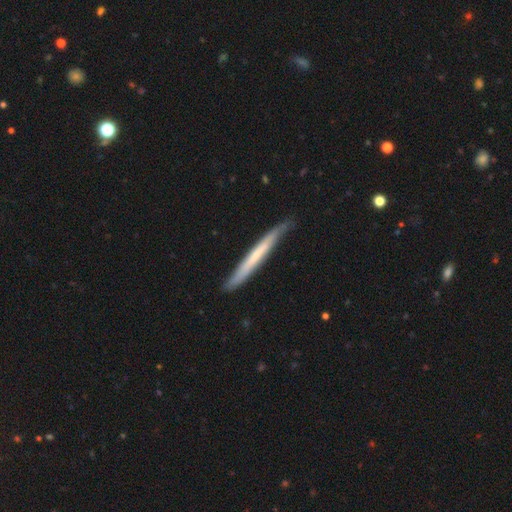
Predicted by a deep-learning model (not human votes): smooth_or_featured: smooth (p=0.48) [alt: featured or disk p=0.47]
merging: none (p=0.81) [alt: minor disturbance p=0.16]